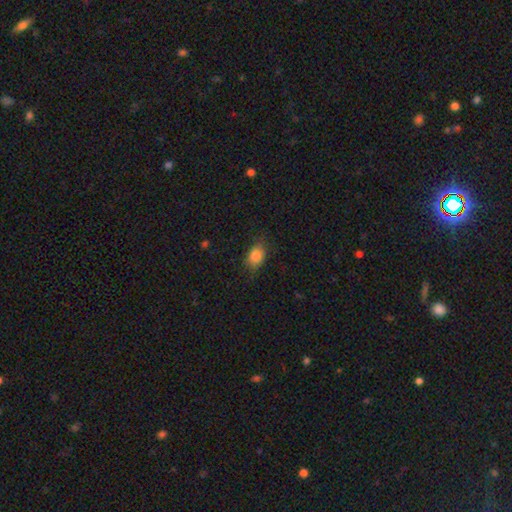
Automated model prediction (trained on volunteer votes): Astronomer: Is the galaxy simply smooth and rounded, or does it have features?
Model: smooth — 84%.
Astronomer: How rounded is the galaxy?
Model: in between — 77%.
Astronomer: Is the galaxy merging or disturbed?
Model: none — 75%.